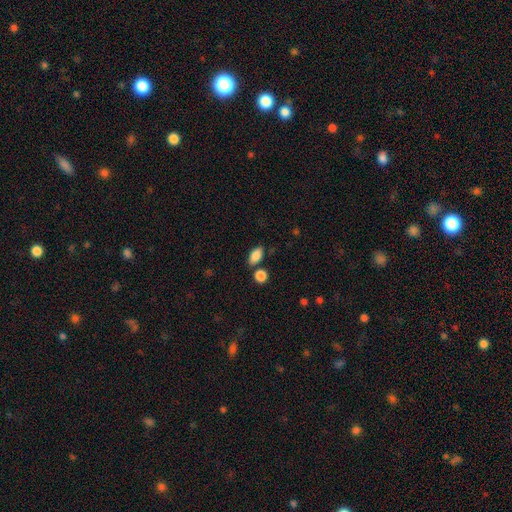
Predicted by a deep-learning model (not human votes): A smooth galaxy with no disk features (85%) that is in between round and cigar-shaped (86%). Merging: none (73%).